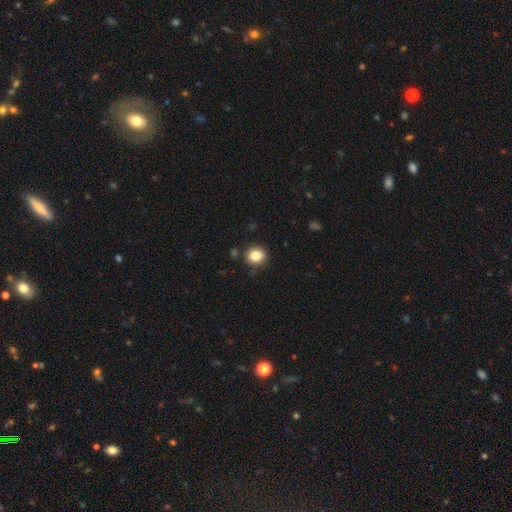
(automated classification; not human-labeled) Smooth or featured: smooth — 83% (star or artifact — 10%)
How rounded: round — 79% (in between — 20%)
Merging: none — 85% (minor disturbance — 10%)